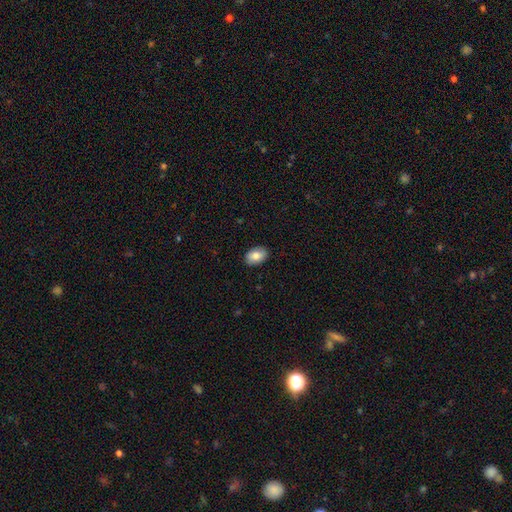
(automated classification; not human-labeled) Overall: smooth (81%). How rounded: in between (87%). Merging: none (89%).